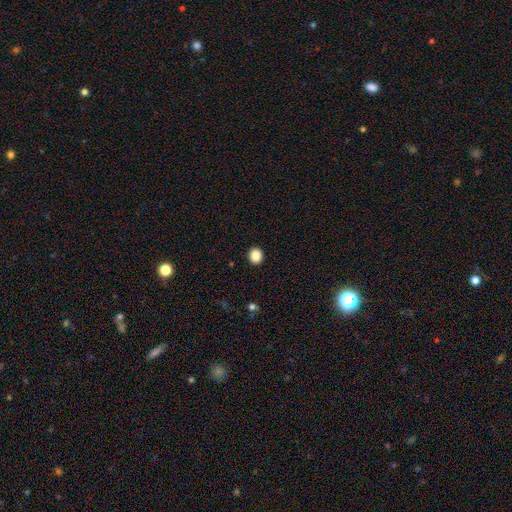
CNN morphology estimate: Q: Smooth or featured?
A: smooth (87%); runner-up: star or artifact (10%)
Q: How rounded?
A: round (75%); runner-up: in between (24%)
Q: Merging?
A: none (92%); runner-up: minor disturbance (5%)